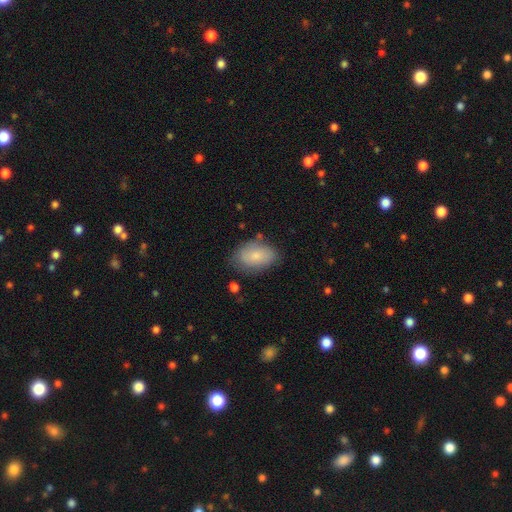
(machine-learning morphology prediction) type=smooth (77%); roundness=in between (90%); merging=none (72%).